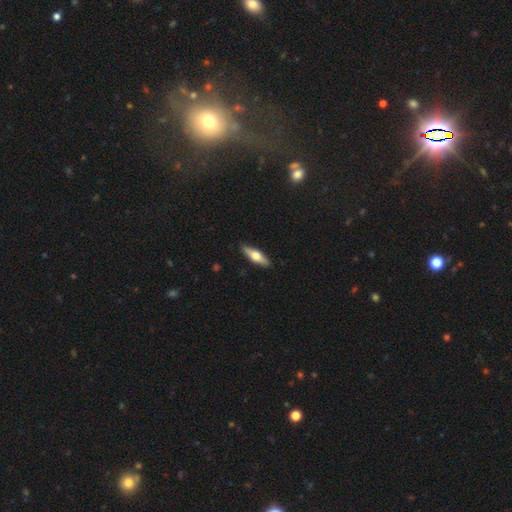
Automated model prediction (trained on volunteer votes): Smooth or featured?
  - smooth: 49% *
  - featured or disk: 45%
  - star or artifact: 5%
Merging?
  - none: 90% *
  - minor disturbance: 8%
  - major disturbance: 2%
  - merger: 1%